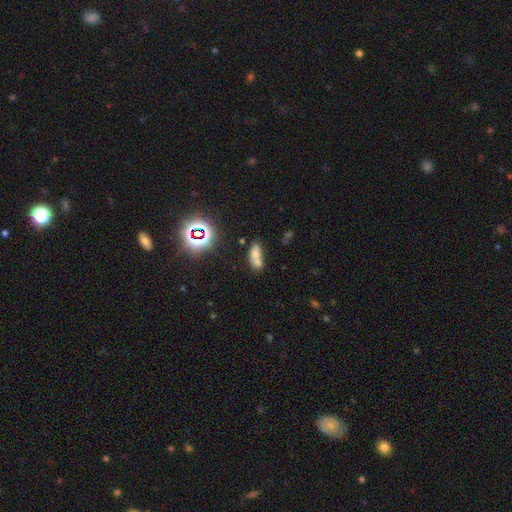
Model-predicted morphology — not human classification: Smooth or featured? smooth (62%)
How rounded? in between (78%)
Merging? merger (47%)